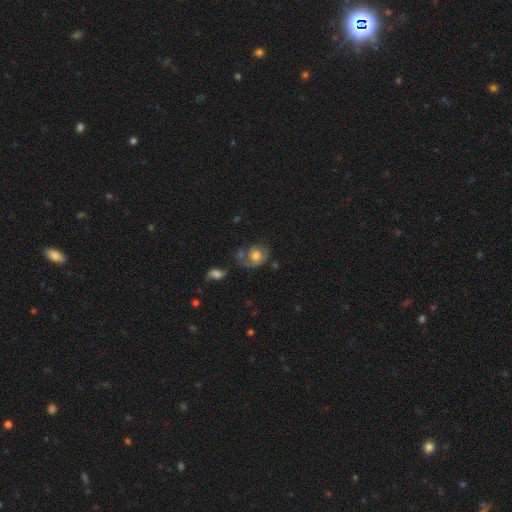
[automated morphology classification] smooth_or_featured: smooth (p=0.48) [alt: featured or disk p=0.44]
merging: none (p=0.39) [alt: minor disturbance p=0.23]